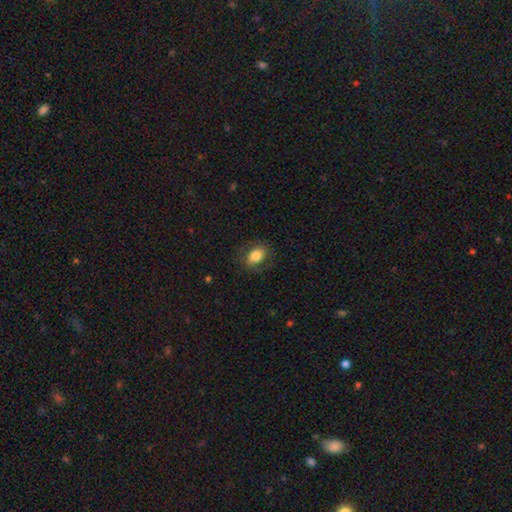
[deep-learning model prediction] Smooth or featured? Predicted: smooth (p=0.75). How rounded? Predicted: in between (p=0.75). Merging? Predicted: none (p=0.76).